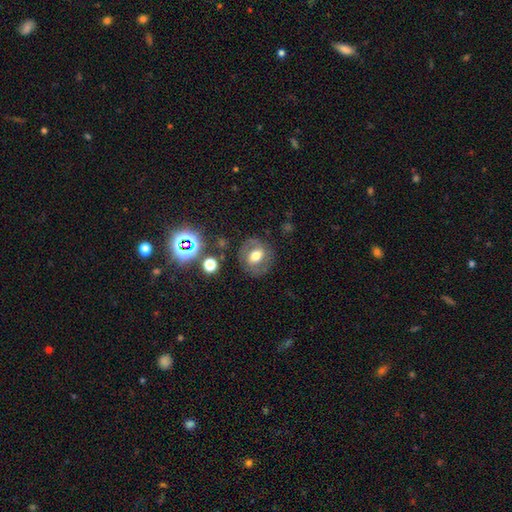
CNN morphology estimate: smooth 50%, featured or disk 39%, star or artifact 11%. Down the decision tree: merging — none (78%).